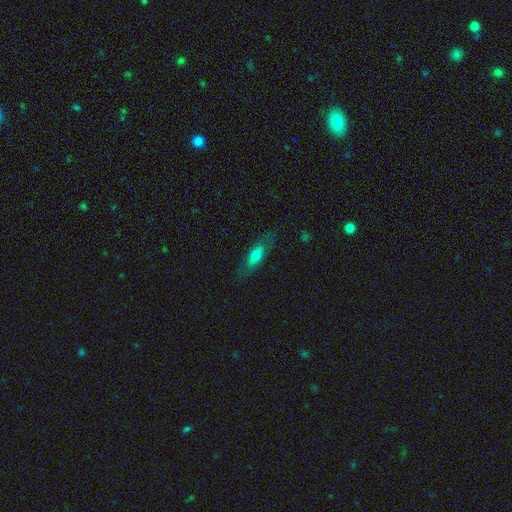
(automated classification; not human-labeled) Q: Smooth or featured?
A: smooth (58%); runner-up: featured or disk (34%)
Q: How rounded?
A: in between (60%); runner-up: cigar-shaped (37%)
Q: Merging?
A: none (75%); runner-up: minor disturbance (17%)